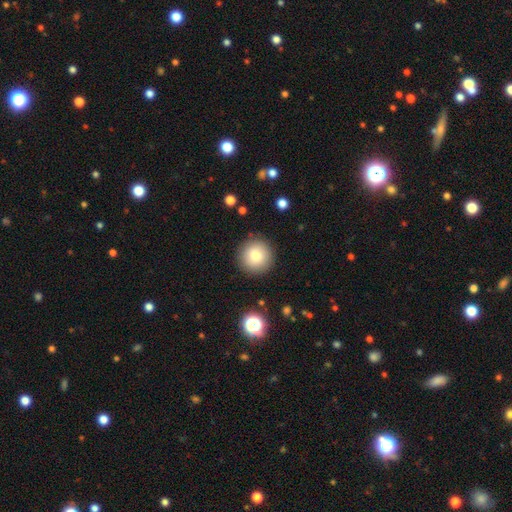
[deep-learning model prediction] Smooth or featured?
  - smooth: 80% *
  - star or artifact: 10%
  - featured or disk: 10%
How rounded?
  - round: 95% *
  - in between: 4%
  - cigar-shaped: 1%
Merging?
  - none: 89% *
  - minor disturbance: 7%
  - major disturbance: 2%
  - merger: 1%